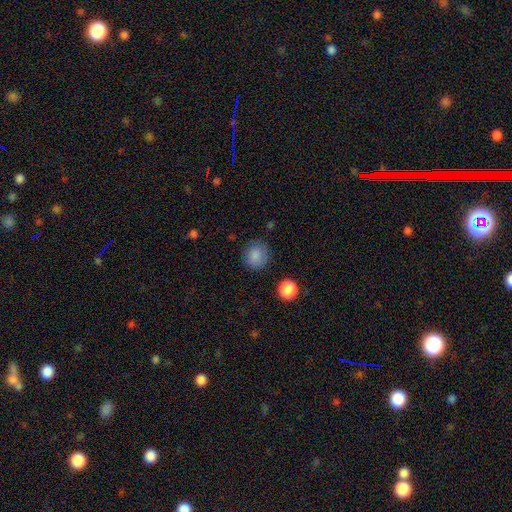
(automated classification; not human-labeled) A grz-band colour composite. It shows a smooth galaxy with no disk features (85%) that is round (84%). Merging: none (82%).